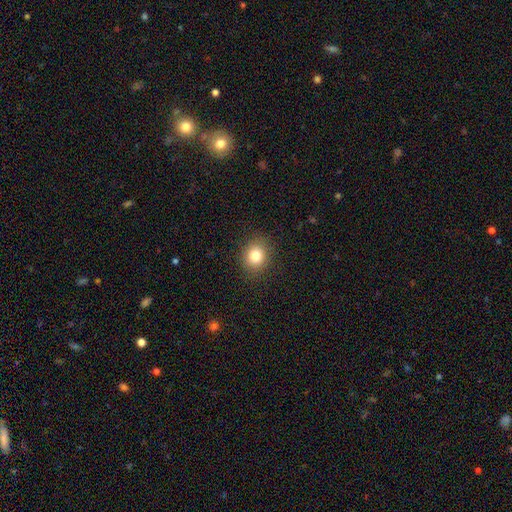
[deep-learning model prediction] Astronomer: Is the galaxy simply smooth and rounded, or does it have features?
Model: smooth — 82%.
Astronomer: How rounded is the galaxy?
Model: round — 72%.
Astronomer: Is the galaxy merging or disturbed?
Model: none — 88%.